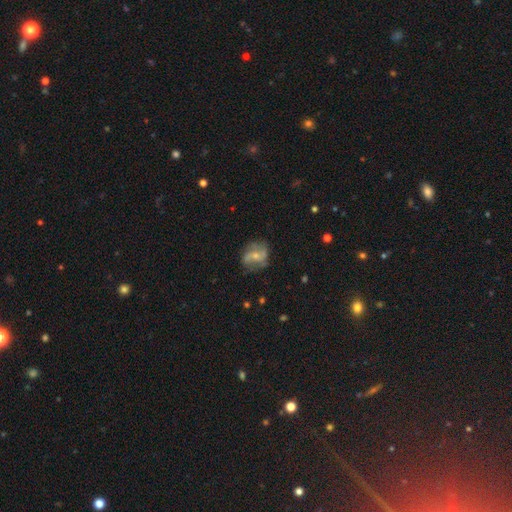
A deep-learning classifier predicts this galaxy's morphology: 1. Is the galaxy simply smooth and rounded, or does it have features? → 70% featured or disk, 22% smooth, 8% star or artifact.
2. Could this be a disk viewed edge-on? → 97% no, 3% yes.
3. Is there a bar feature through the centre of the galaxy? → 56% no, 33% weak, 11% strong.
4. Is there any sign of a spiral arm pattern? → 88% yes, 12% no.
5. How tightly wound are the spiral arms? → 48% loose, 38% medium, 14% tight.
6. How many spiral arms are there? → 57% 2, 17% 3, 14% can't tell, 4% 4, 4% 1, 3% more than 4.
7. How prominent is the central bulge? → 59% small, 35% moderate, 3% none, 2% large, 1% dominant.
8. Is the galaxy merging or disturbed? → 68% none, 21% minor disturbance, 10% major disturbance, 2% merger.